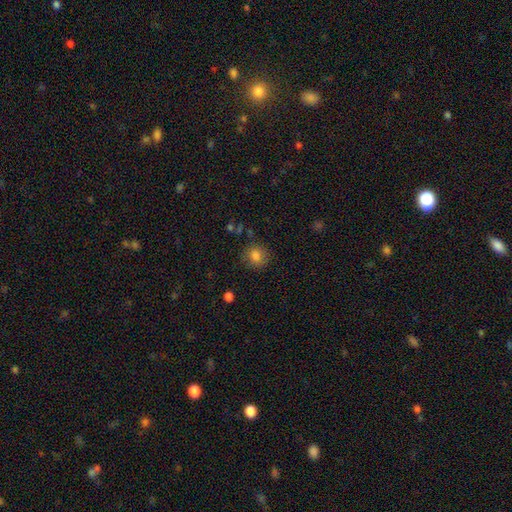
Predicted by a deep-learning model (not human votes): Smooth or featured: smooth — 82% (star or artifact — 11%)
How rounded: round — 83% (in between — 16%)
Merging: none — 82% (minor disturbance — 12%)